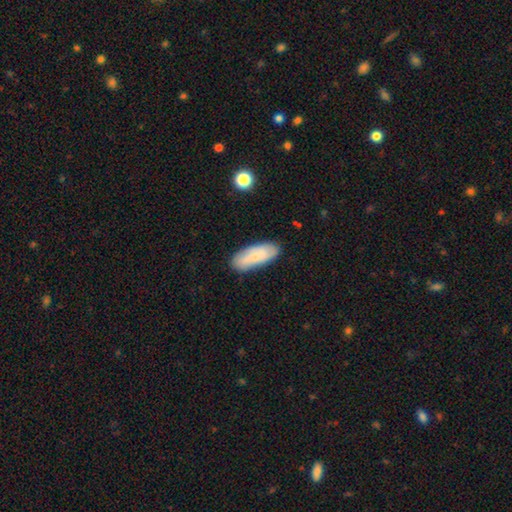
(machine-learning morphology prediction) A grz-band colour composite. It shows a smooth galaxy with no disk features (61%) that is in between round and cigar-shaped (76%). Merging: none (82%).